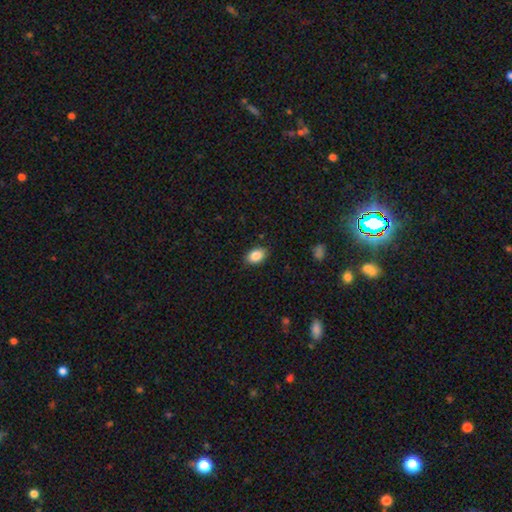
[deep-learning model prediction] smooth_or_featured: smooth (p=0.88) [alt: star or artifact p=0.08]
how_rounded: in between (p=0.88) [alt: round p=0.11]
merging: none (p=0.85) [alt: minor disturbance p=0.11]